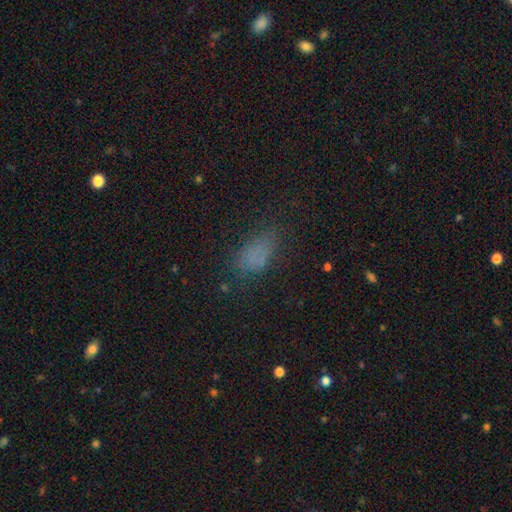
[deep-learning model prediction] Overall: smooth (70%). How rounded: in between (86%). Merging: none (59%; minor disturbance 24%).